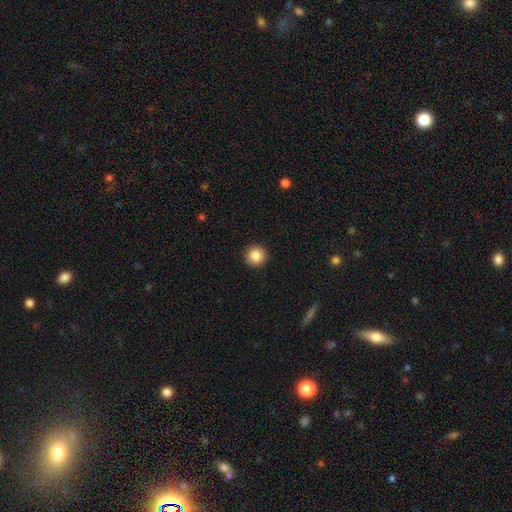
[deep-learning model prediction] Q: Smooth or featured?
A: smooth (86%); runner-up: star or artifact (9%)
Q: How rounded?
A: round (95%); runner-up: in between (4%)
Q: Merging?
A: none (93%); runner-up: minor disturbance (5%)